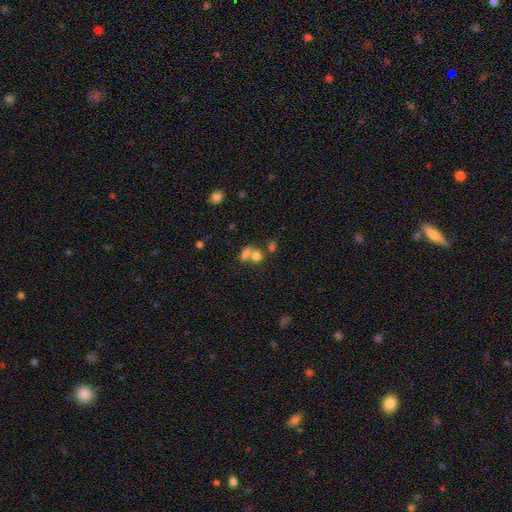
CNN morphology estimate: A smooth galaxy with no disk features (73%) that is round (49%, tied with in between).

Vote fractions:
- Smooth or featured? smooth: 73% / featured or disk: 14% / star or artifact: 13%
- How rounded? round: 49% (tied) / in between: 49% (tied) / cigar-shaped: 2%
- Merging? merger: 59% / none: 29% / minor disturbance: 7% / major disturbance: 5%